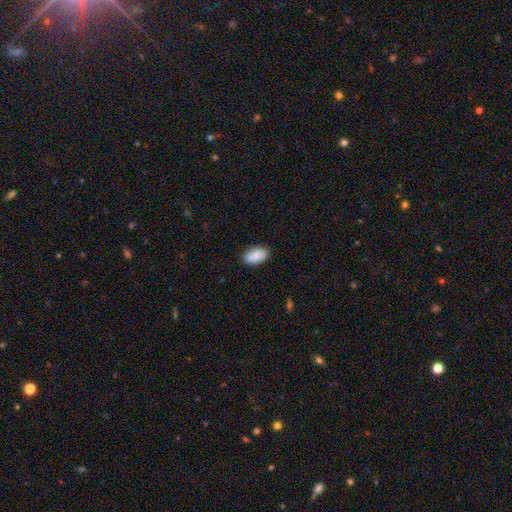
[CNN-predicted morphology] Smooth or featured?
  - smooth: 85% *
  - featured or disk: 9%
  - star or artifact: 6%
How rounded?
  - in between: 94% *
  - round: 4%
  - cigar-shaped: 2%
Merging?
  - none: 85% *
  - minor disturbance: 11%
  - major disturbance: 2%
  - merger: 1%